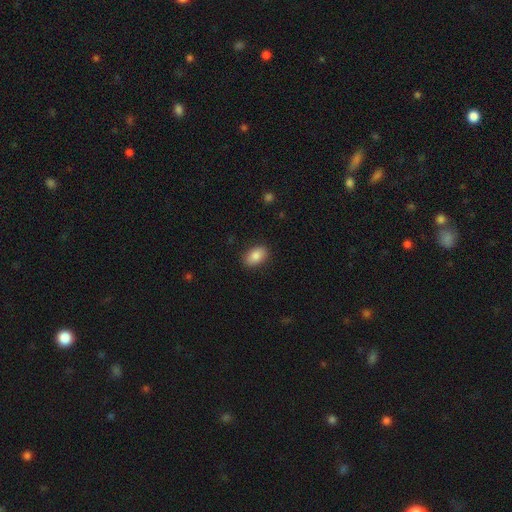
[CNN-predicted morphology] smooth-or-featured: smooth: 87% | star or artifact: 7% | featured or disk: 5%
  how-rounded: in between: 90% | round: 8% | cigar-shaped: 1%
  merging: none: 88% | minor disturbance: 9% | major disturbance: 2% | merger: 1%